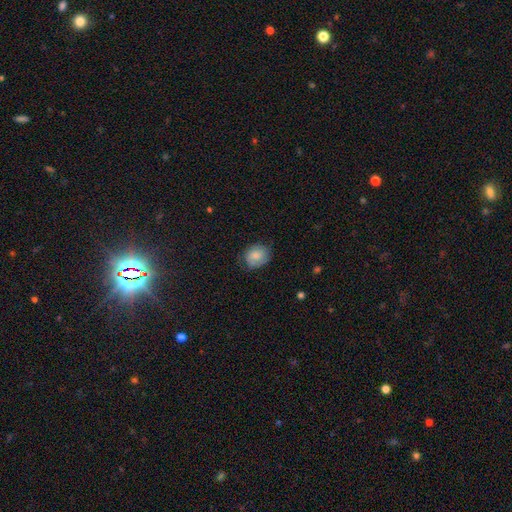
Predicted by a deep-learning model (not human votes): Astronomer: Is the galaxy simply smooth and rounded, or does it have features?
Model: smooth — 75%.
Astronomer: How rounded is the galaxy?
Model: round — 53% (runner-up: in between, 46%).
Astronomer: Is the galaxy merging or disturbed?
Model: none — 67%.